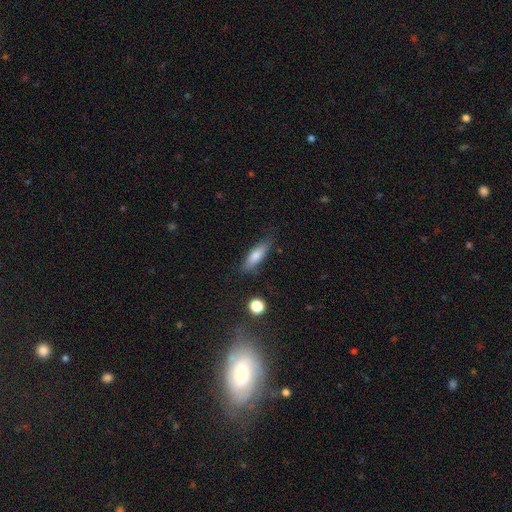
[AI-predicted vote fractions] This appears to be a smooth galaxy with no disk features (77%) that is in between round and cigar-shaped (49%). Merging: none (73%).